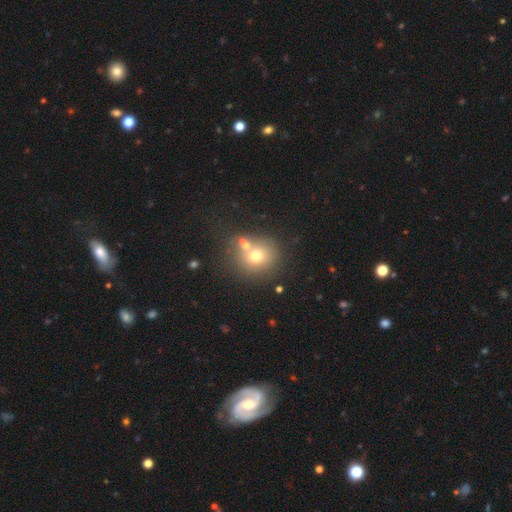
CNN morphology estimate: smooth 66%, featured or disk 20%, star or artifact 15%. Down the decision tree: how rounded — round (82%); merging — none (52%).